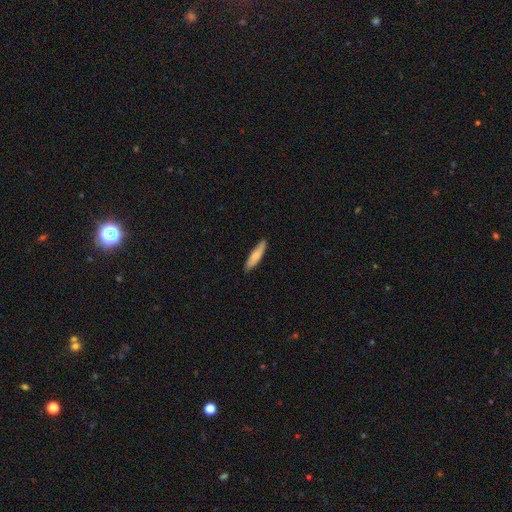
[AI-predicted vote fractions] Smooth or featured? Predicted: smooth (p=0.77). How rounded? Predicted: cigar-shaped (p=0.79). Merging? Predicted: none (p=0.86).